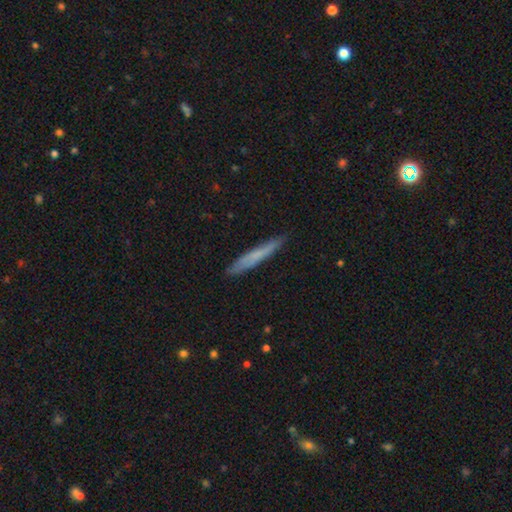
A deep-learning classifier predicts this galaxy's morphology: Smooth or featured: smooth — 65% (featured or disk — 29%)
How rounded: cigar-shaped — 95% (in between — 3%)
Merging: none — 87% (minor disturbance — 10%)